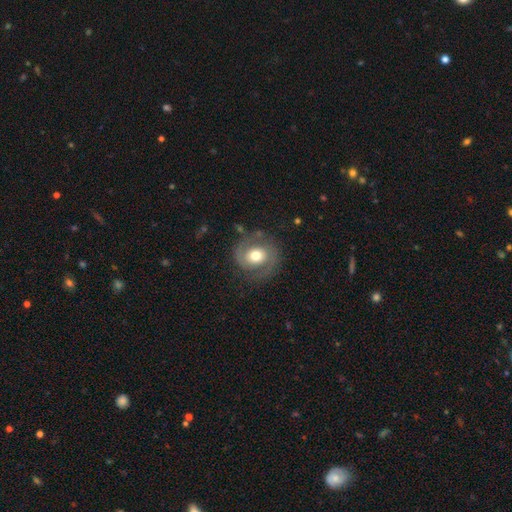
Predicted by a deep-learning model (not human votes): A featured or disk galaxy (65%) with no bar (67%), 2 (85%) medium (45%) spiral arms (82%) and a moderate central bulge (67%).

Vote fractions:
- Smooth or featured? featured or disk: 65% / smooth: 28% / star or artifact: 7%
- Edge-on disk? no: 97% / yes: 3%
- Bar? no: 67% / weak: 25% / strong: 8%
- Spiral arms? yes: 82% / no: 18%
- Spiral winding? medium: 45% / tight: 36% / loose: 18%
- Spiral arm count? 2: 85% / can't tell: 6% / 1: 6% / 3: 1% / 4: 1% / more than 4: 1%
- Bulge size? moderate: 67% / large: 22% / small: 8% / dominant: 2% / none: 1%
- Merging? none: 76% / minor disturbance: 14% / major disturbance: 8% / merger: 2%